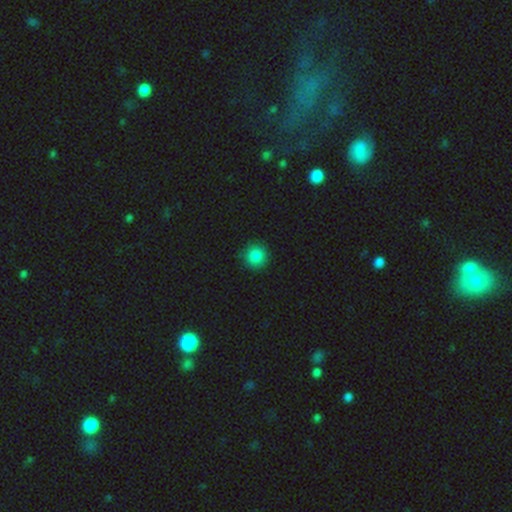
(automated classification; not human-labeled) Q: Smooth or featured?
A: smooth (85%); runner-up: star or artifact (11%)
Q: How rounded?
A: round (93%); runner-up: in between (6%)
Q: Merging?
A: none (90%); runner-up: minor disturbance (7%)